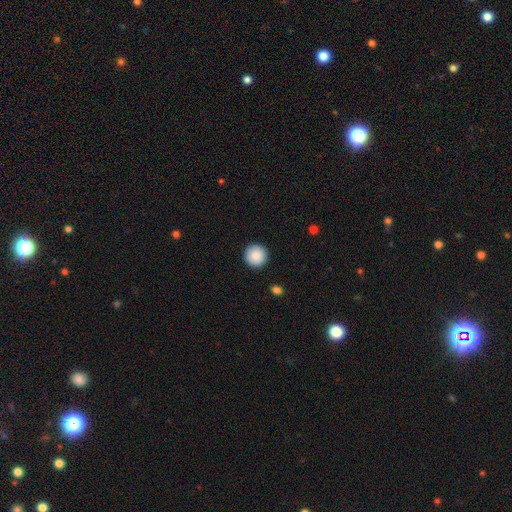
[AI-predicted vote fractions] Morphology: type=smooth (88%); roundness=round (96%); merging=none (92%).